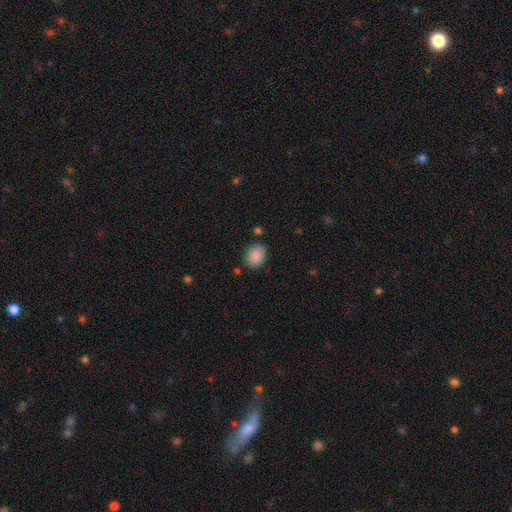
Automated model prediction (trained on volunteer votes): smooth_or_featured: smooth (p=0.87) [alt: star or artifact p=0.08]
how_rounded: in between (p=0.58) [alt: round p=0.41]
merging: none (p=0.80) [alt: minor disturbance p=0.14]